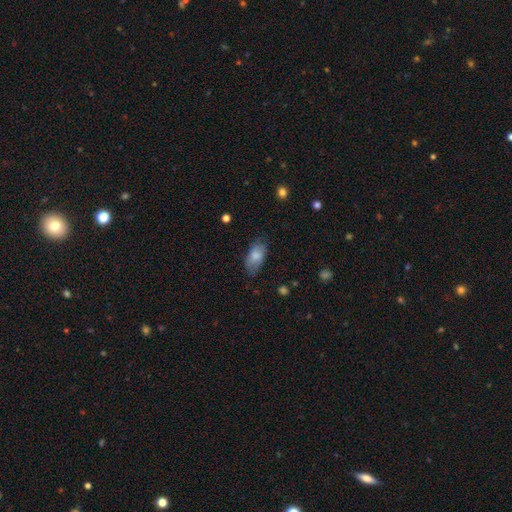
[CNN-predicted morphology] smooth-or-featured: smooth: 80% | featured or disk: 13% | star or artifact: 7%
  how-rounded: in between: 91% | cigar-shaped: 5% | round: 4%
  merging: none: 71% | minor disturbance: 22% | major disturbance: 6% | merger: 1%